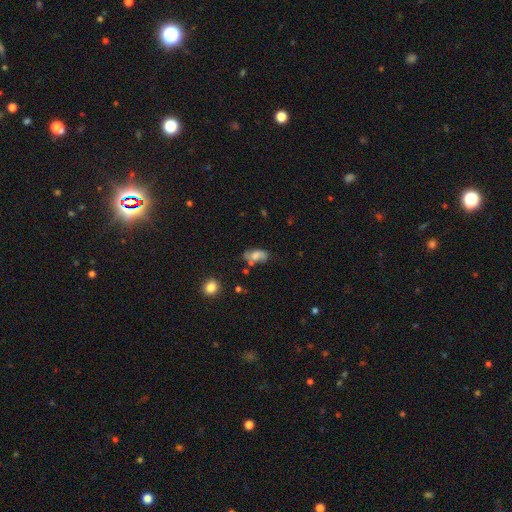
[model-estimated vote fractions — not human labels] smooth_or_featured: smooth (p=0.60) [alt: featured or disk p=0.30]
how_rounded: in between (p=0.88) [alt: round p=0.07]
merging: none (p=0.52) [alt: minor disturbance p=0.27]